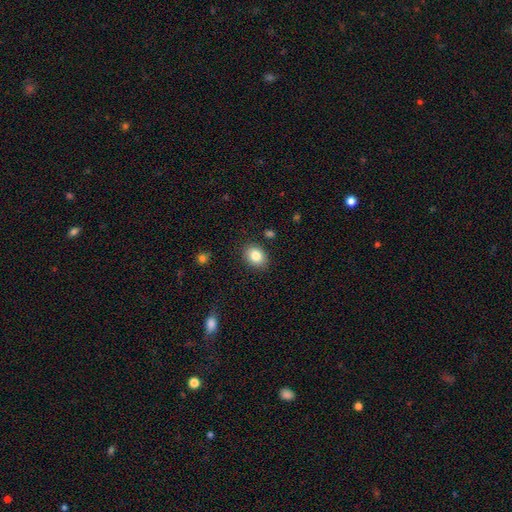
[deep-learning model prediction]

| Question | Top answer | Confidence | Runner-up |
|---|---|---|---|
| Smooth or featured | smooth | 84% | star or artifact (9%) |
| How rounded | in between | 65% | round (34%) |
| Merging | none | 86% | minor disturbance (10%) |